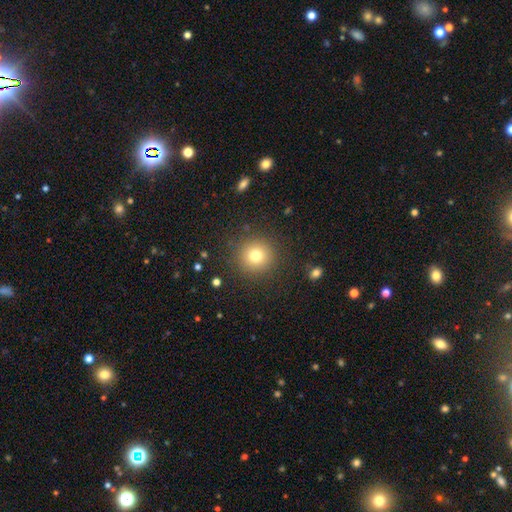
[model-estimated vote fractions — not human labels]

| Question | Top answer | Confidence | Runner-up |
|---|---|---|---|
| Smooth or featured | smooth | 77% | star or artifact (13%) |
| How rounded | round | 94% | in between (5%) |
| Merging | none | 89% | minor disturbance (7%) |